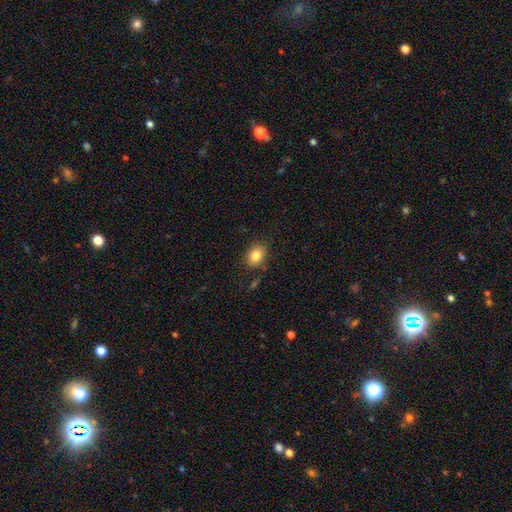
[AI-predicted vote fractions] smooth-or-featured: smooth: 82% | star or artifact: 9% | featured or disk: 9%
  how-rounded: in between: 72% | round: 27% | cigar-shaped: 1%
  merging: none: 79% | minor disturbance: 14% | major disturbance: 4% | merger: 3%